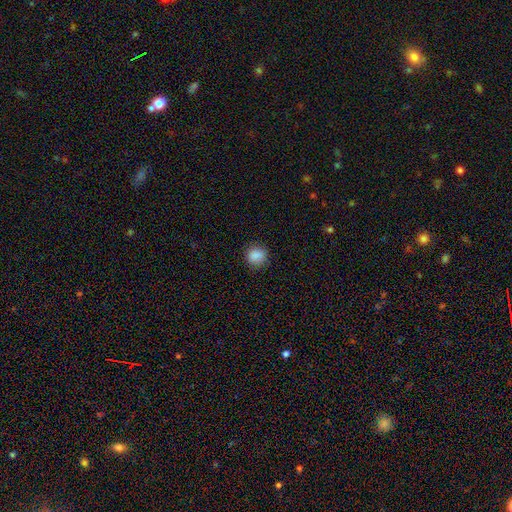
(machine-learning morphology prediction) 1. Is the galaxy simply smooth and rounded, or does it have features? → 87% smooth, 9% star or artifact, 4% featured or disk.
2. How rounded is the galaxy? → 82% round, 17% in between, 1% cigar-shaped.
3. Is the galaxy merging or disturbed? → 86% none, 10% minor disturbance, 3% major disturbance, 1% merger.